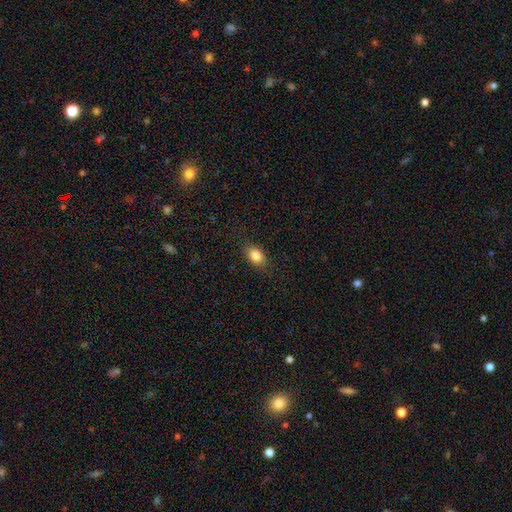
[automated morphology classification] Smooth or featured: smooth — 85% (star or artifact — 9%)
How rounded: in between — 81% (round — 17%)
Merging: none — 85% (minor disturbance — 11%)